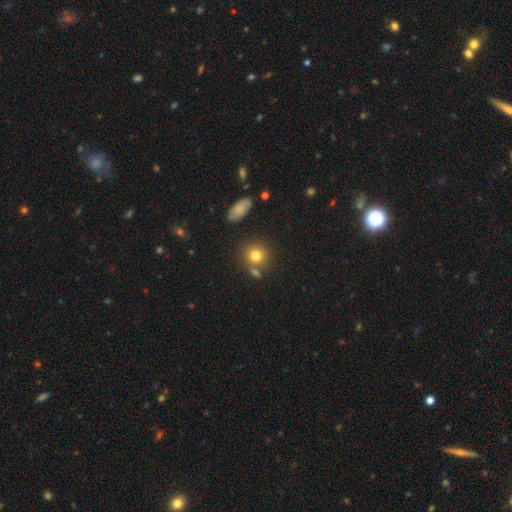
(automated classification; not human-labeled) The model was most divided on "merging": none: 69%, merger: 16%, minor disturbance: 11%, major disturbance: 4%. More confident: how rounded — round (84%); smooth or featured — smooth (78%).